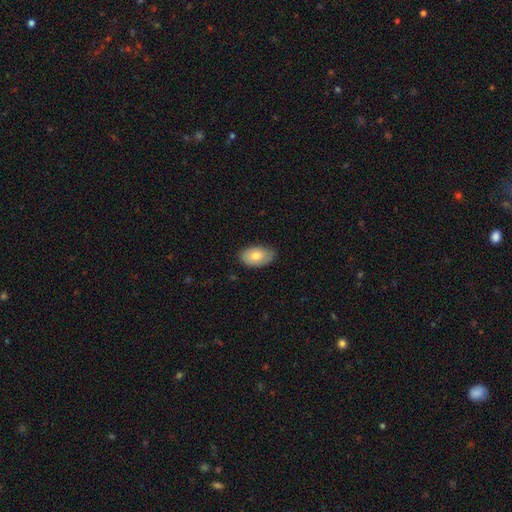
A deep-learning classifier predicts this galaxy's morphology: This is likely a smooth galaxy (75%). How rounded: clearly in between (91%). Merging: likely none (76%).